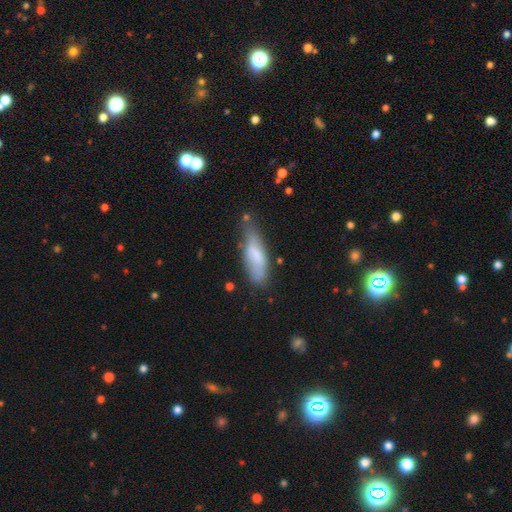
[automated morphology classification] smooth_or_featured: smooth (p=0.71) [alt: featured or disk p=0.22]
how_rounded: in between (p=0.56) [alt: cigar-shaped p=0.42]
merging: none (p=0.47) [alt: minor disturbance p=0.36]